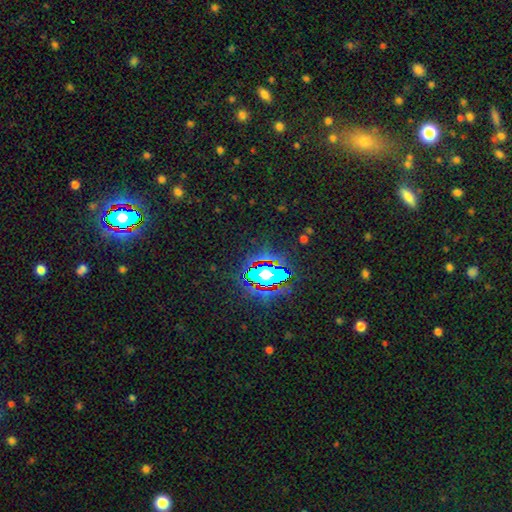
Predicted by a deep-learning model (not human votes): Smooth or featured?
  - star or artifact: 81% *
  - smooth: 11%
  - featured or disk: 8%